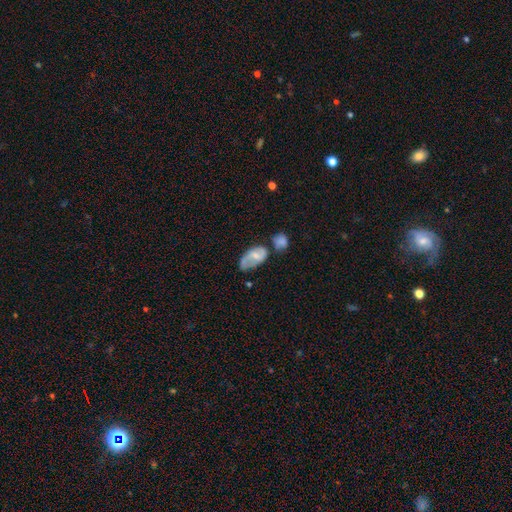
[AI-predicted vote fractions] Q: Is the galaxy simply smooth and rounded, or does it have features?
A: smooth — 49%.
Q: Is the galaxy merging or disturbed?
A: none — 32%.